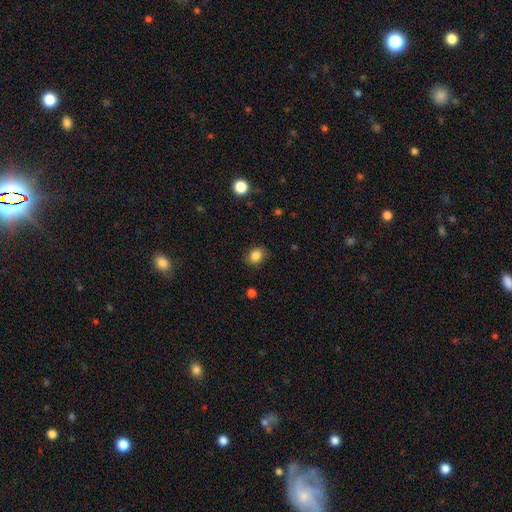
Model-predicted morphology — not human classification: This is clearly a smooth galaxy (85%). How rounded: possibly round (52%). Merging: clearly none (86%).